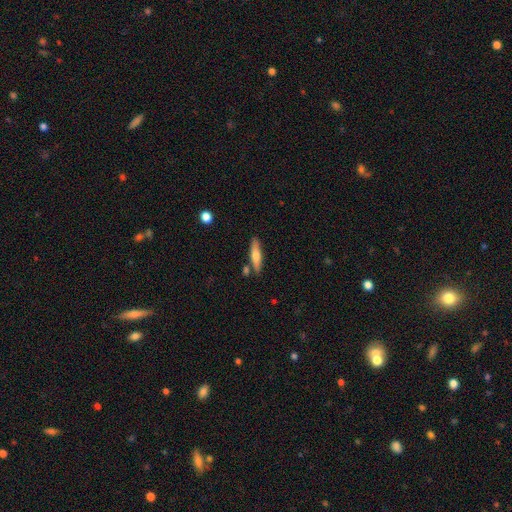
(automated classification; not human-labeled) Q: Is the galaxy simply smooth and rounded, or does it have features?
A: smooth — 57%.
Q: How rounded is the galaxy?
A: cigar-shaped — 80%.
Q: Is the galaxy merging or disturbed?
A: none — 80%.